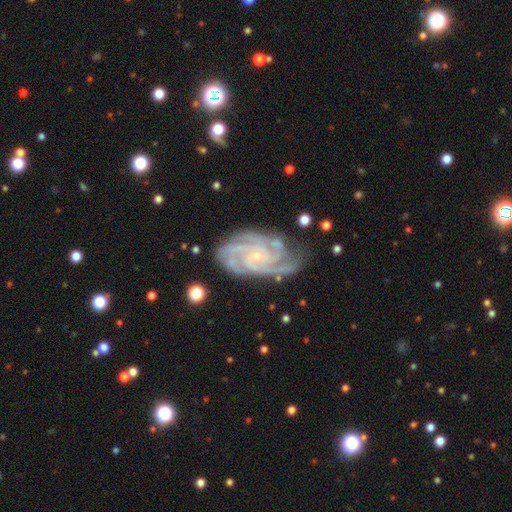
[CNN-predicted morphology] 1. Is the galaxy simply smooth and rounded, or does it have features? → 90% featured or disk, 6% star or artifact, 4% smooth.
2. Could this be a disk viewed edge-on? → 97% no, 3% yes.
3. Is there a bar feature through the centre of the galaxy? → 70% no, 23% weak, 7% strong.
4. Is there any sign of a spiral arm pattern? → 98% yes, 2% no.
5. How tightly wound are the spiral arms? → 68% tight, 28% medium, 4% loose.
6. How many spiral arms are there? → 40% 4, 22% 3, 12% can't tell, 11% more than 4, 9% 2, 6% 1.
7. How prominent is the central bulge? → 81% small, 9% moderate, 8% none, 1% large, 1% dominant.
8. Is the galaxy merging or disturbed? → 74% none, 18% minor disturbance, 6% major disturbance, 2% merger.